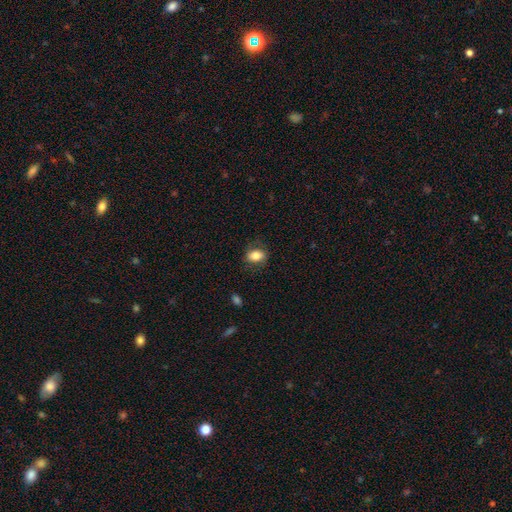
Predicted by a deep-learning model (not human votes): Overall: smooth (80%). How rounded: in between (77%). Merging: none (77%).